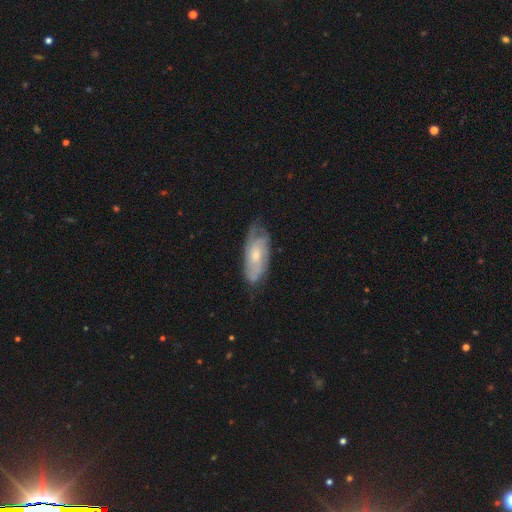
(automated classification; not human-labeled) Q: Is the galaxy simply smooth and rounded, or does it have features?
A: featured or disk — 63%.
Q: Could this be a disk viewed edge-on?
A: no — 89%.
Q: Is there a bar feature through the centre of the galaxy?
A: no — 74%.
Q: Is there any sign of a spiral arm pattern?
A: yes — 82%.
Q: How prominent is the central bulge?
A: moderate — 47%.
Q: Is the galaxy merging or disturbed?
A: none — 60%.